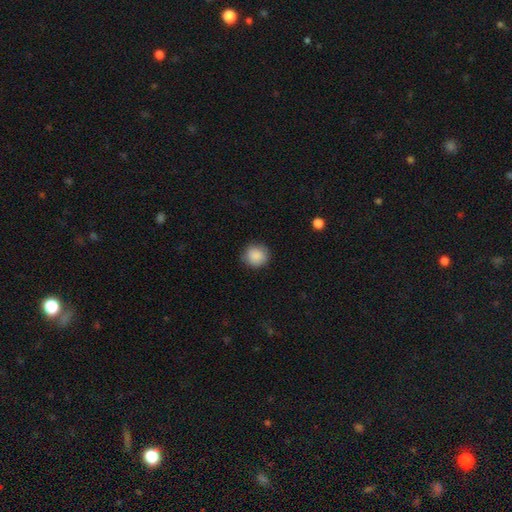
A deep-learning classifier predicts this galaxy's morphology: A smooth galaxy with no disk features (89%) that is round (91%). Merging: none (87%).